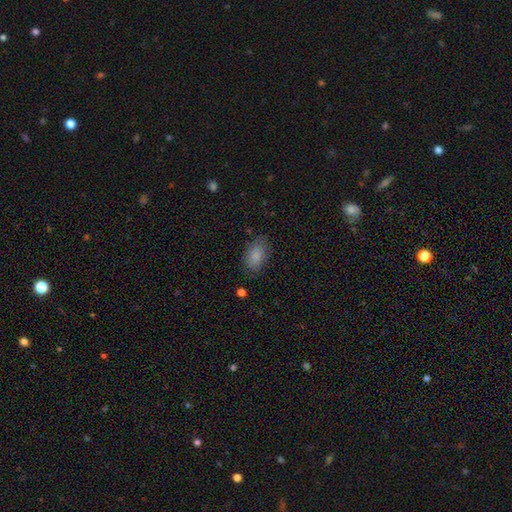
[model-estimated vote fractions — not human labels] smooth_or_featured: smooth (p=0.85) [alt: star or artifact p=0.08]
how_rounded: in between (p=0.90) [alt: round p=0.09]
merging: none (p=0.76) [alt: minor disturbance p=0.18]